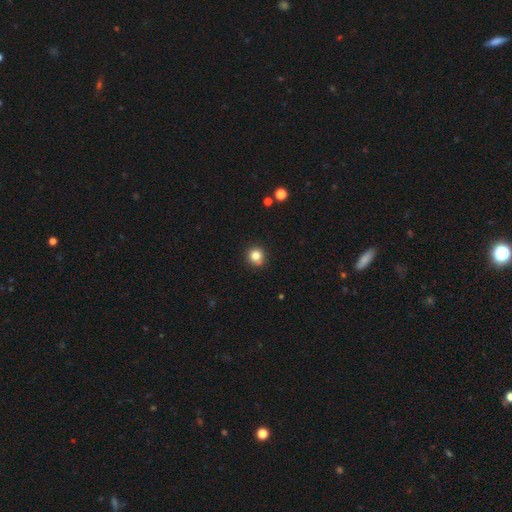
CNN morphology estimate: Q: Smooth or featured?
A: smooth (82%); runner-up: star or artifact (12%)
Q: How rounded?
A: round (92%); runner-up: in between (7%)
Q: Merging?
A: none (86%); runner-up: minor disturbance (10%)